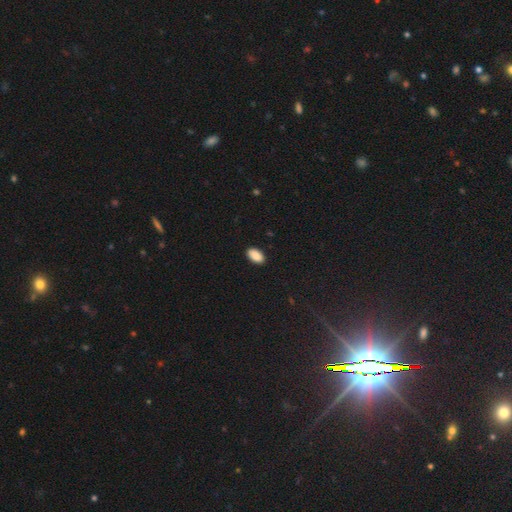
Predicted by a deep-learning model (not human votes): This is clearly a smooth galaxy (89%). How rounded: clearly in between (95%). Merging: clearly none (88%).